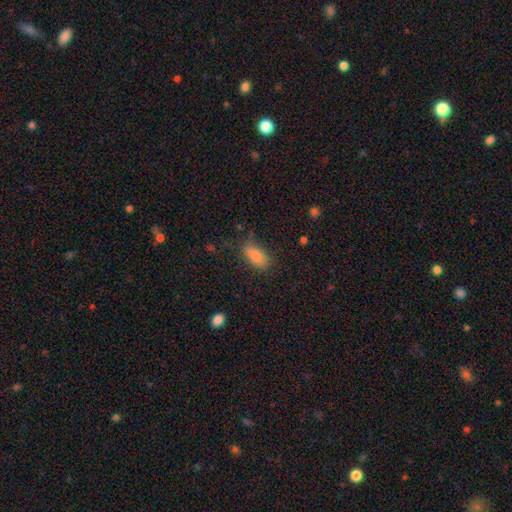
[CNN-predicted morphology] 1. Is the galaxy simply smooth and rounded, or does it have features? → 86% smooth, 9% star or artifact, 6% featured or disk.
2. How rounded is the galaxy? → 89% in between, 8% cigar-shaped, 3% round.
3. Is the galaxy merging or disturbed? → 72% none, 19% minor disturbance, 7% major disturbance, 2% merger.